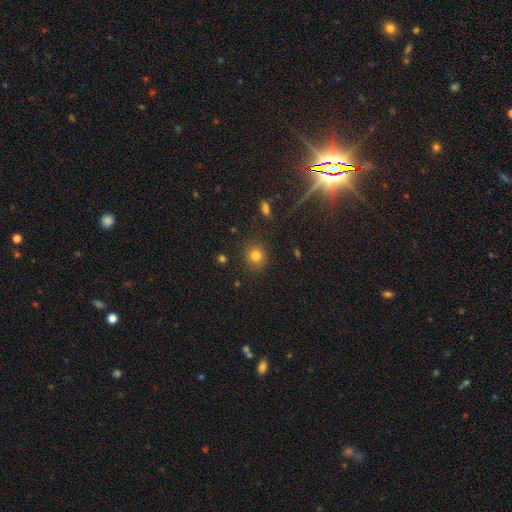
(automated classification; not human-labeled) This appears to be a smooth galaxy with no disk features (80%) that is round (89%). Merging: none (88%).